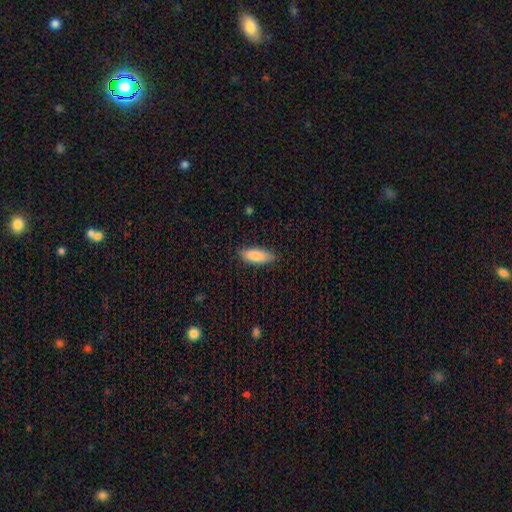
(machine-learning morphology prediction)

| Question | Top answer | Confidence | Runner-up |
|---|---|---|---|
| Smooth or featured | smooth | 84% | featured or disk (10%) |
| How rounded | in between | 66% | cigar-shaped (32%) |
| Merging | none | 81% | minor disturbance (15%) |